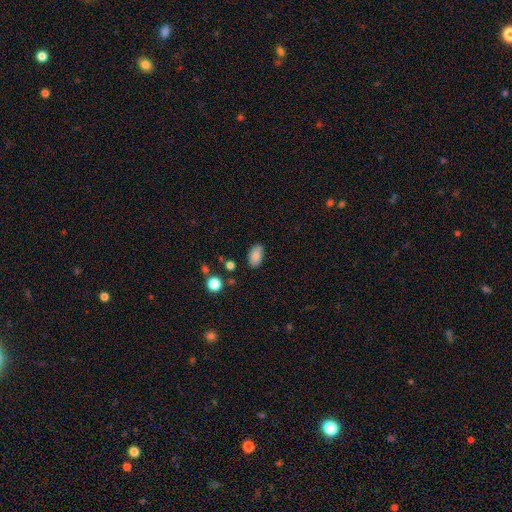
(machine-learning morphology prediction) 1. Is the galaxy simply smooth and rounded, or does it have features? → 86% smooth, 9% star or artifact, 6% featured or disk.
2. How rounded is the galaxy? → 92% in between, 6% round, 2% cigar-shaped.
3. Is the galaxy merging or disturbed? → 82% none, 13% minor disturbance, 3% major disturbance, 2% merger.